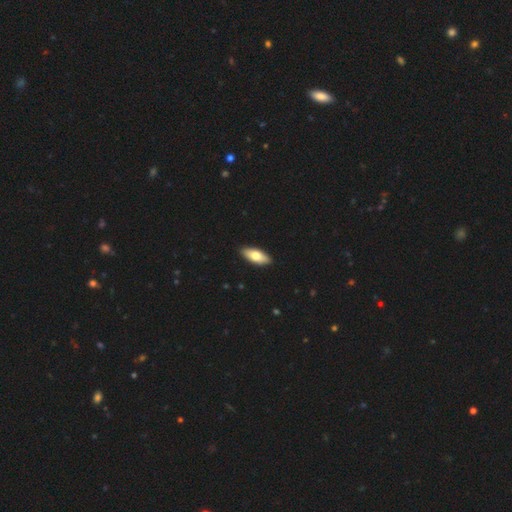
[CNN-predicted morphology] Smooth or featured?
  - smooth: 71% *
  - featured or disk: 24%
  - star or artifact: 5%
How rounded?
  - in between: 80% *
  - cigar-shaped: 18%
  - round: 2%
Merging?
  - none: 91% *
  - minor disturbance: 7%
  - major disturbance: 1%
  - merger: 1%